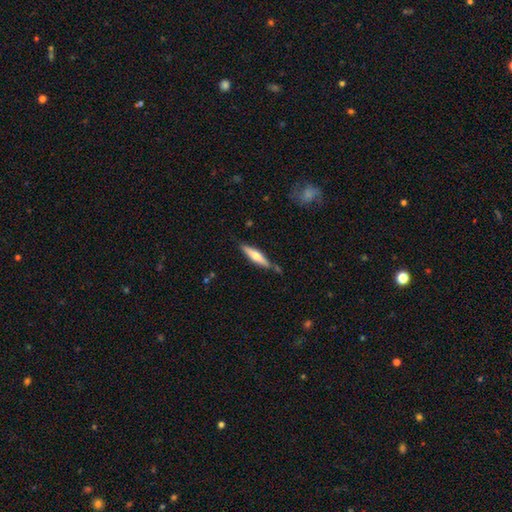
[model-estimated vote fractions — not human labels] smooth_or_featured: smooth (p=0.48) [alt: featured or disk p=0.46]
merging: none (p=0.76) [alt: minor disturbance p=0.15]